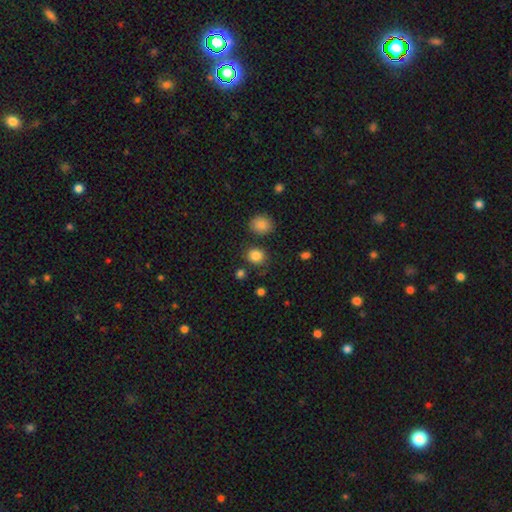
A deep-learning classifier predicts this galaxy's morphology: Q: Smooth or featured?
A: smooth (84%); runner-up: star or artifact (11%)
Q: How rounded?
A: round (77%); runner-up: in between (22%)
Q: Merging?
A: none (80%); runner-up: minor disturbance (11%)